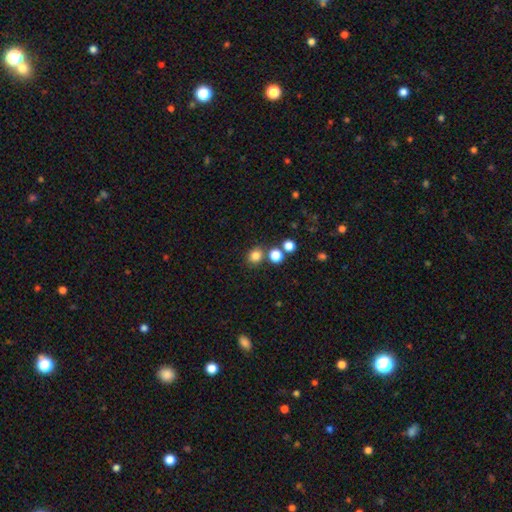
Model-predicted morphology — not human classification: The model was most divided on "how rounded": round: 76%, in between: 23%, cigar-shaped: 1%. More confident: smooth or featured — smooth (81%); merging — none (75%).